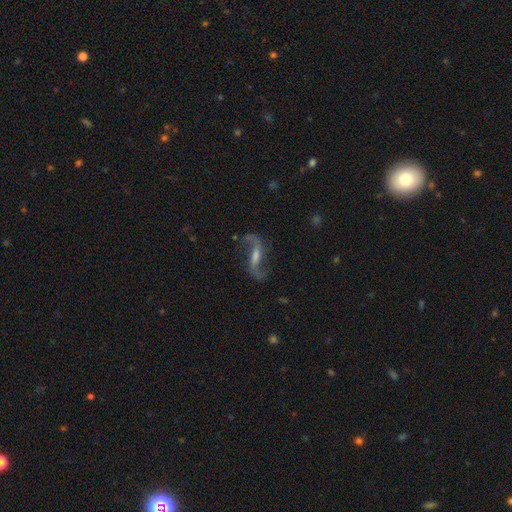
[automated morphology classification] A featured or disk galaxy (87%) with a weak bar (42%), 2 (93%) loose (87%) spiral arms (96%) and a moderate central bulge (40%). Merging: none (73%).